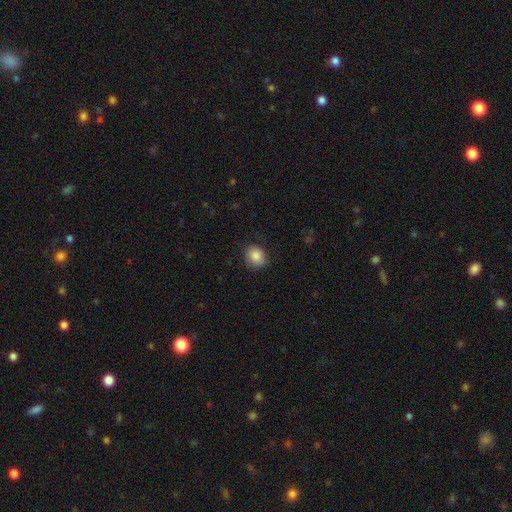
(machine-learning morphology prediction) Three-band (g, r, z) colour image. It shows a smooth galaxy with no disk features (87%) that is round (60%). Merging: none (81%).